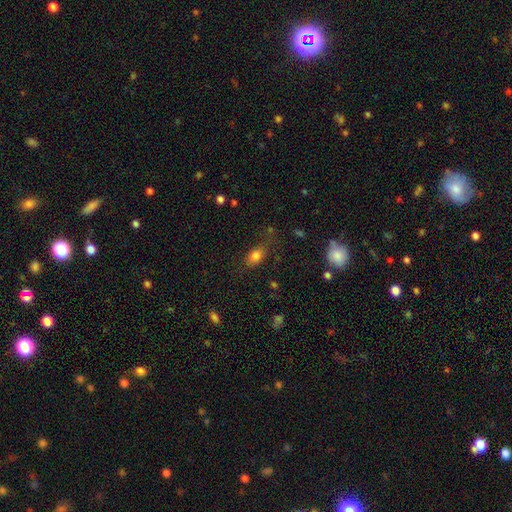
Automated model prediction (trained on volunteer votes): A smooth galaxy with no disk features (80%) that is in between round and cigar-shaped (82%). Merging: none (71%).